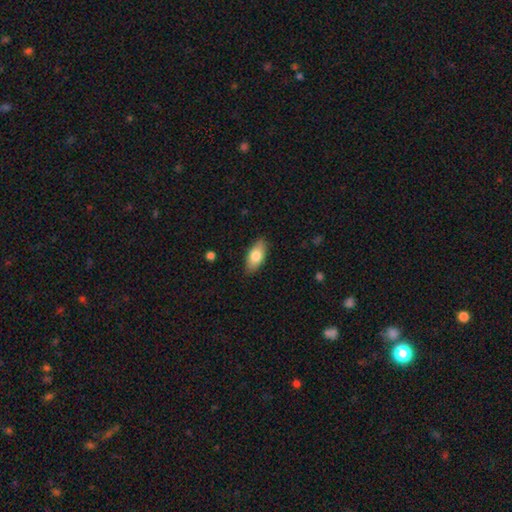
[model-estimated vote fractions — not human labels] This is likely a smooth galaxy (78%). How rounded: clearly in between (88%). Merging: clearly none (87%).